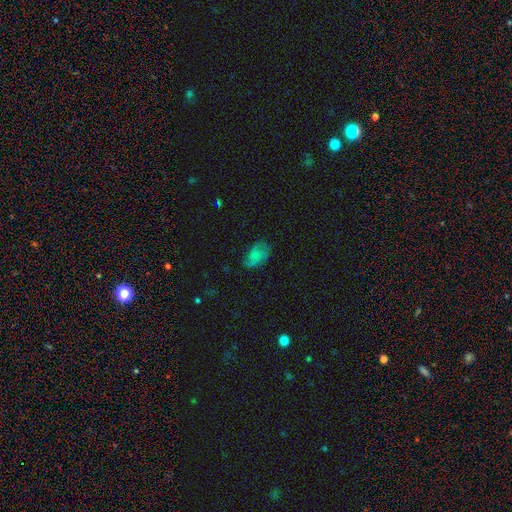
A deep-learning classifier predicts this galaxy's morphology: Smooth or featured?
  - smooth: 57% *
  - featured or disk: 32%
  - star or artifact: 11%
How rounded?
  - in between: 90% *
  - round: 9%
  - cigar-shaped: 2%
Merging?
  - none: 61% *
  - minor disturbance: 25%
  - major disturbance: 13%
  - merger: 2%